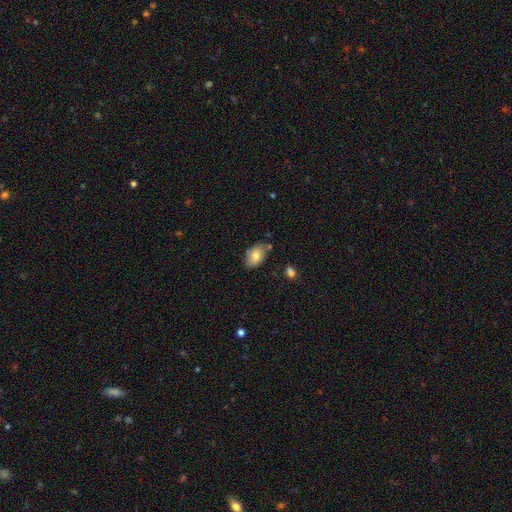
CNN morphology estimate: Smooth or featured? smooth (78%)
How rounded? in between (90%)
Merging? none (72%)